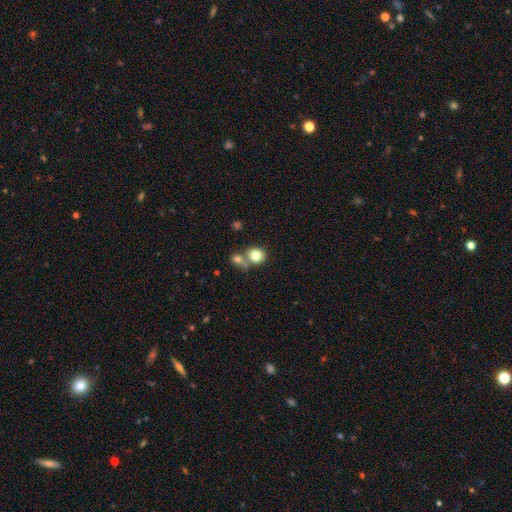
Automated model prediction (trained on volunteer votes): This appears to be a smooth galaxy with no disk features (81%) that is round (78%). Merging: none (47%).